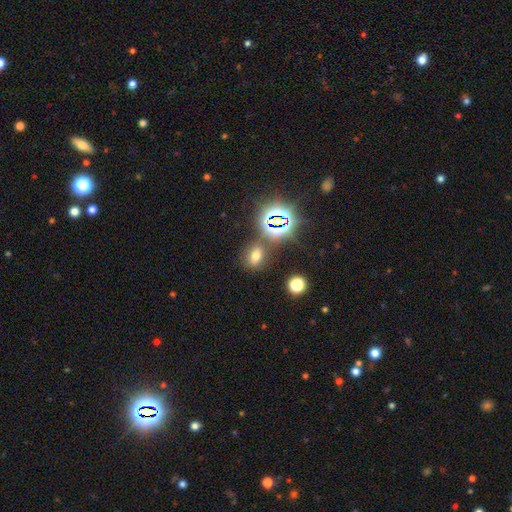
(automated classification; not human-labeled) Morphology: type=smooth (56%); roundness=in between (58%); merging=none (76%).